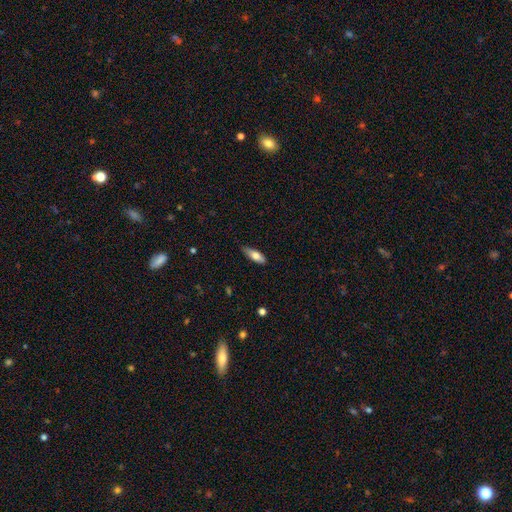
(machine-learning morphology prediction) Smooth or featured: smooth — 73% (featured or disk — 21%)
How rounded: in between — 63% (cigar-shaped — 35%)
Merging: none — 78% (minor disturbance — 18%)